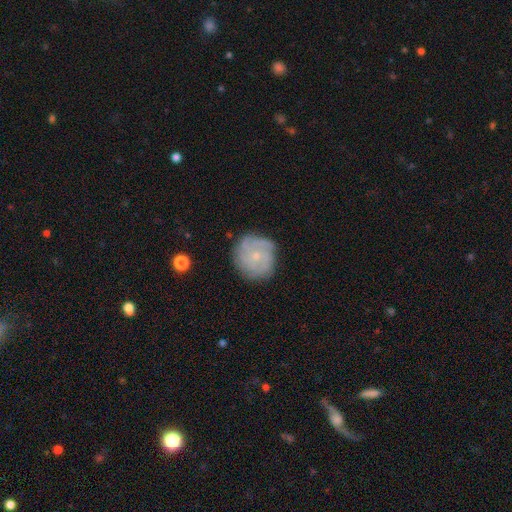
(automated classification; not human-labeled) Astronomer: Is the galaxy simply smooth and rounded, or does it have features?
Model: featured or disk — 62%.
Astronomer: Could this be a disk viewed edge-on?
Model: no — 98%.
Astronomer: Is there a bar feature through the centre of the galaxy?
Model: no — 83%.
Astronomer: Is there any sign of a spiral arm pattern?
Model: yes — 82%.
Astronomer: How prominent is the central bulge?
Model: small — 76%.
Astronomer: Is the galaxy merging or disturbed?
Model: none — 74%.